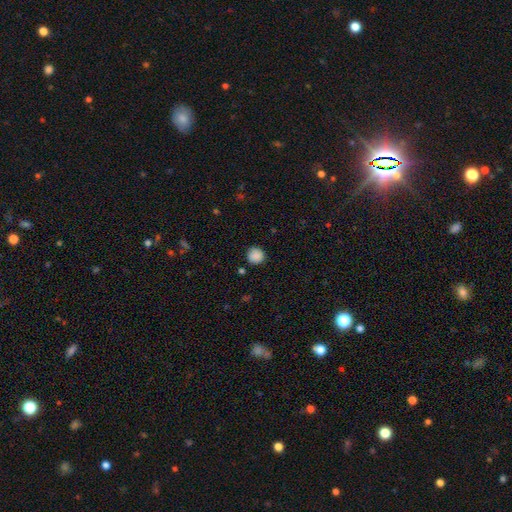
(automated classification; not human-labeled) This appears to be a smooth galaxy with no disk features (88%) that is round (92%). Merging: none (85%).